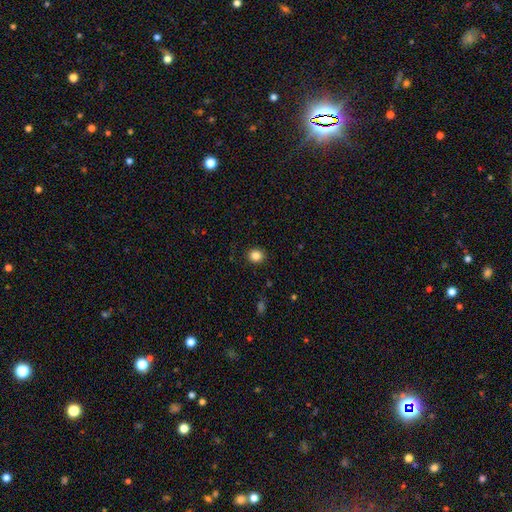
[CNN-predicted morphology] Smooth or featured? smooth (85%)
How rounded? round (82%)
Merging? none (91%)